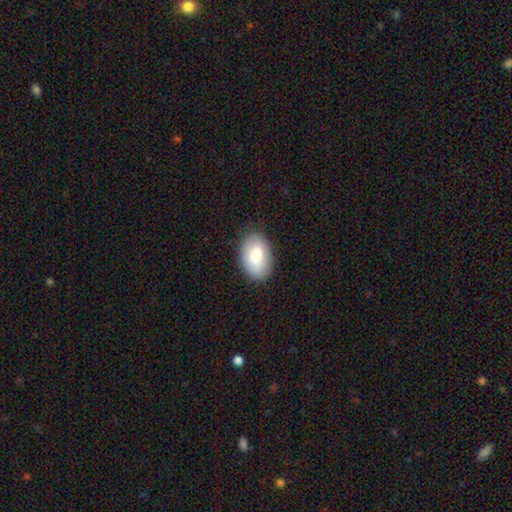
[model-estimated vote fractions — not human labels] Q: Smooth or featured?
A: smooth (76%); runner-up: featured or disk (18%)
Q: How rounded?
A: in between (89%); runner-up: round (10%)
Q: Merging?
A: none (82%); runner-up: minor disturbance (13%)